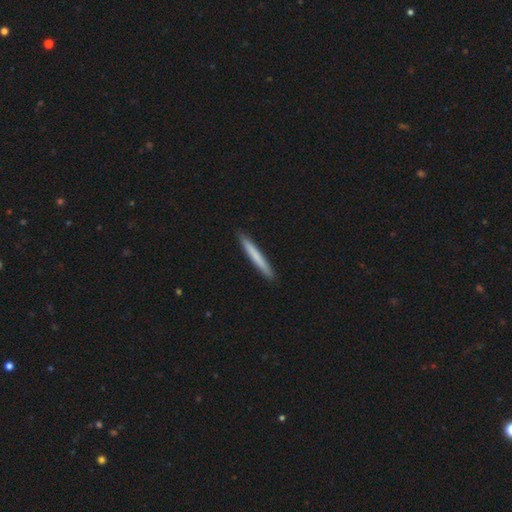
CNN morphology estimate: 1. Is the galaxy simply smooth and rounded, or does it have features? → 72% smooth, 23% featured or disk, 5% star or artifact.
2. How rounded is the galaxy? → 97% cigar-shaped, 2% in between, 1% round.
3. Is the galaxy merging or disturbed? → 92% none, 6% minor disturbance, 1% major disturbance, 1% merger.